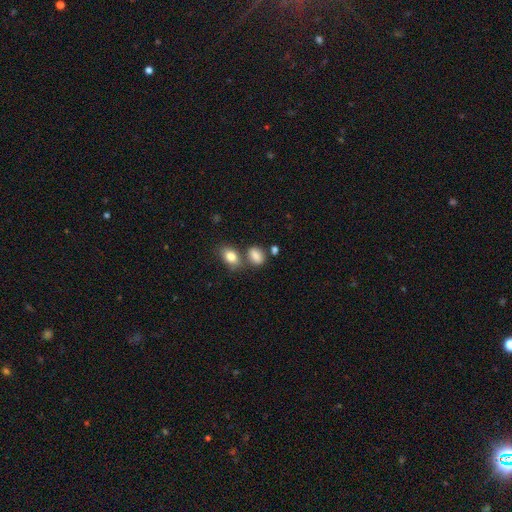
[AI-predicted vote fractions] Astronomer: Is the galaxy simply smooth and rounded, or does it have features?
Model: smooth — 82%.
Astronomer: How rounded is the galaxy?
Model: in between — 79%.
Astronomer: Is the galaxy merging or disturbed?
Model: none — 60%.